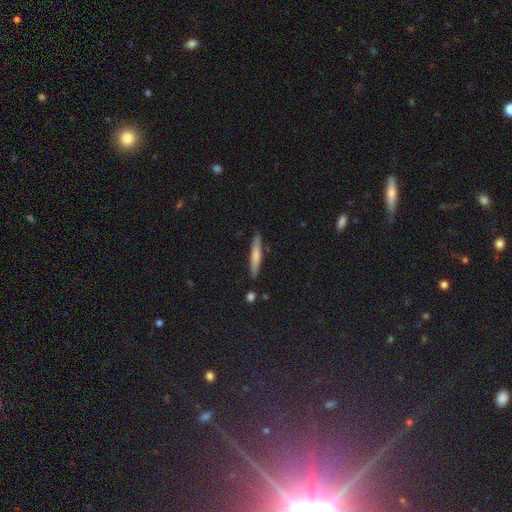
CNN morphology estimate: Smooth or featured? Predicted: smooth (p=0.65). How rounded? Predicted: cigar-shaped (p=0.92). Merging? Predicted: none (p=0.86).